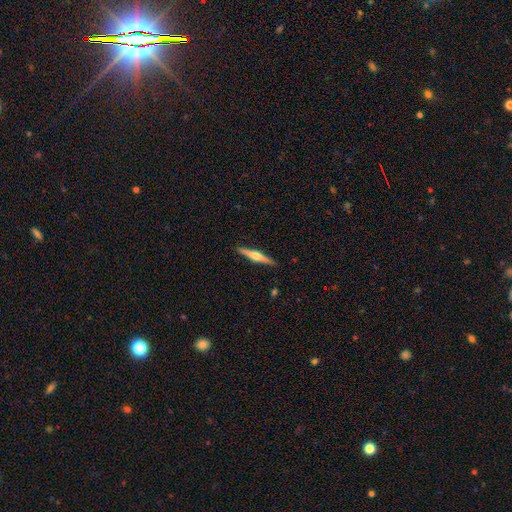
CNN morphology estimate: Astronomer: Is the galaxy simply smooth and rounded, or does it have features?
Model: featured or disk — 66%.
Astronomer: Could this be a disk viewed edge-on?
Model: yes — 98%.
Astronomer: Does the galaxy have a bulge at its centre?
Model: rounded — 88%.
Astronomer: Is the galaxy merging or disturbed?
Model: none — 91%.